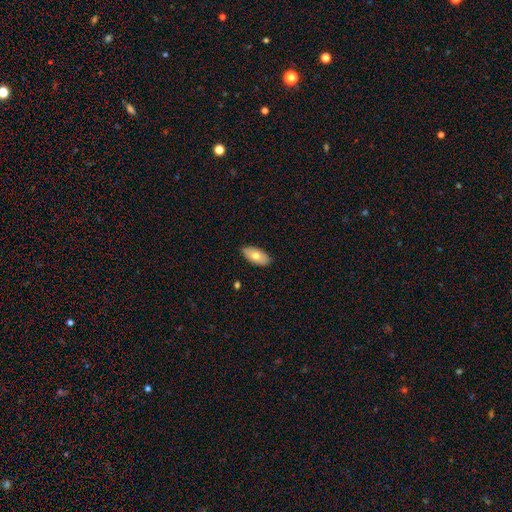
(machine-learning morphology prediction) smooth 71%, featured or disk 23%, star or artifact 6%. Down the decision tree: how rounded — in between (93%); merging — none (87%).